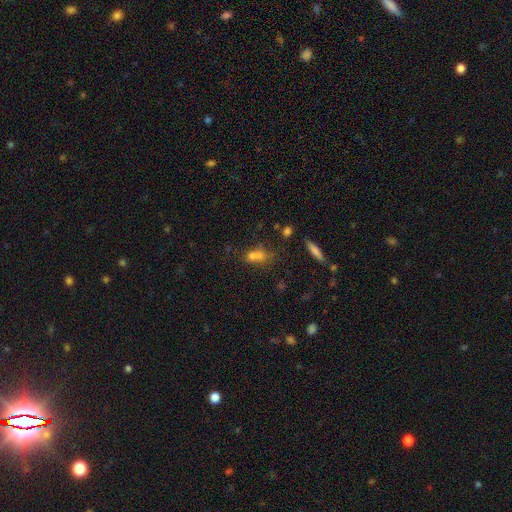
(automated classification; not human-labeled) smooth 67%, featured or disk 17%, star or artifact 16%. Down the decision tree: how rounded — in between (55%); merging — merger (48%).